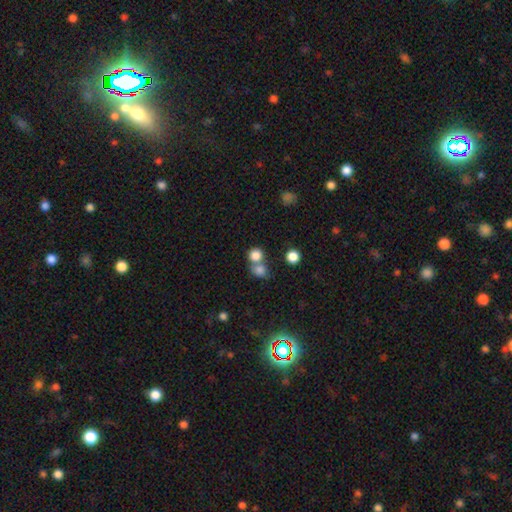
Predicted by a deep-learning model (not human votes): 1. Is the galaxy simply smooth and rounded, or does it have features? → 81% smooth, 12% star or artifact, 7% featured or disk.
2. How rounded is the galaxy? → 83% round, 16% in between, 1% cigar-shaped.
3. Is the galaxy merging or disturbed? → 46% none, 44% merger, 7% minor disturbance, 3% major disturbance.